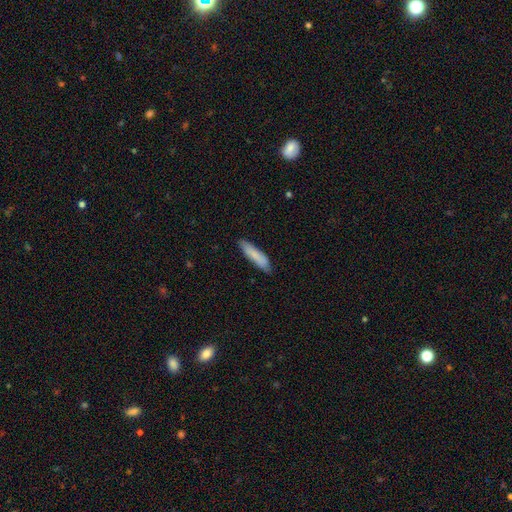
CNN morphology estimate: Overall: smooth (82%). How rounded: cigar-shaped (75%). Merging: none (82%).